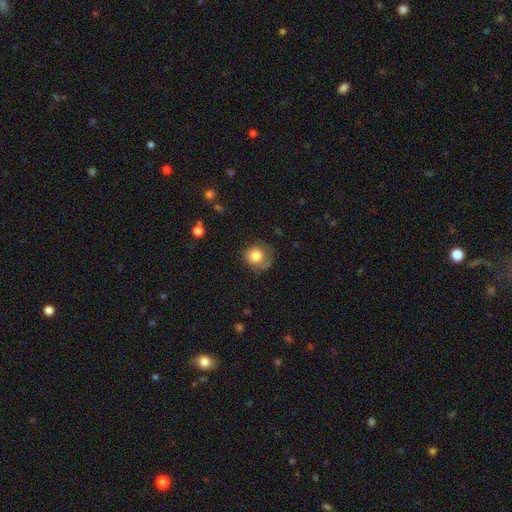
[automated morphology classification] smooth 77%, featured or disk 15%, star or artifact 9%. Down the decision tree: how rounded — round (83%); merging — none (57%).